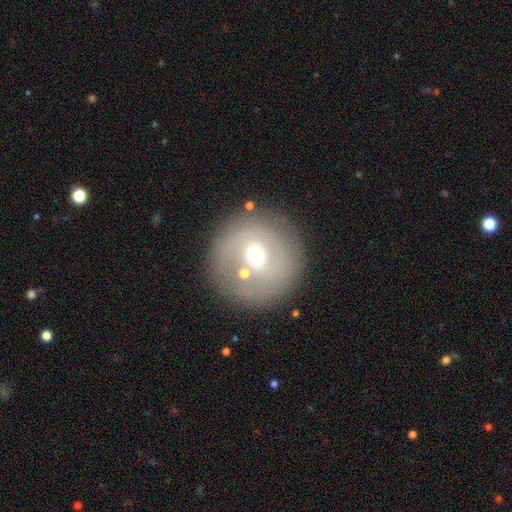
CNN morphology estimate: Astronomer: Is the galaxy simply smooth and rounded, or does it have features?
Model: smooth — 50% (runner-up: featured or disk, 38%).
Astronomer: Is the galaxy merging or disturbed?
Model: none — 78%.